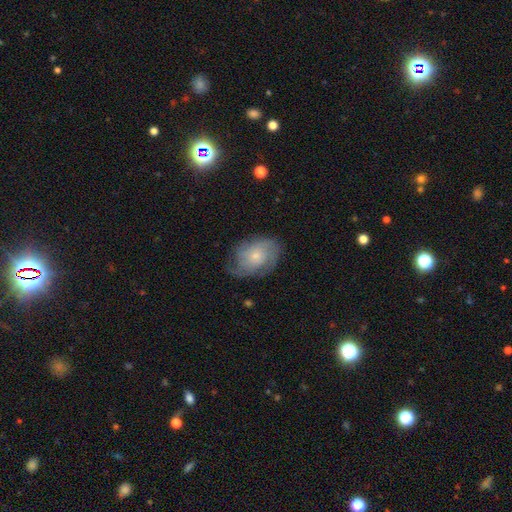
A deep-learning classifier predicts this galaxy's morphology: Smooth or featured? Predicted: featured or disk (p=0.65). Edge-on disk? Predicted: no (p=0.97). Bar? Predicted: no (p=0.80). Spiral arms? Predicted: yes (p=0.90). Spiral winding? Predicted: tight (p=0.46). Spiral arm count? Predicted: can't tell (p=0.37). Bulge size? Predicted: small (p=0.61). Merging? Predicted: none (p=0.64).